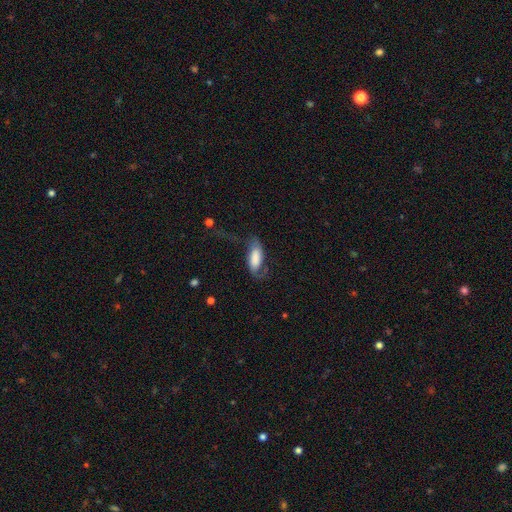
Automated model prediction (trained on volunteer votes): Q: Smooth or featured?
A: smooth (53%); runner-up: featured or disk (39%)
Q: How rounded?
A: in between (85%); runner-up: cigar-shaped (12%)
Q: Merging?
A: none (38%); runner-up: major disturbance (36%)